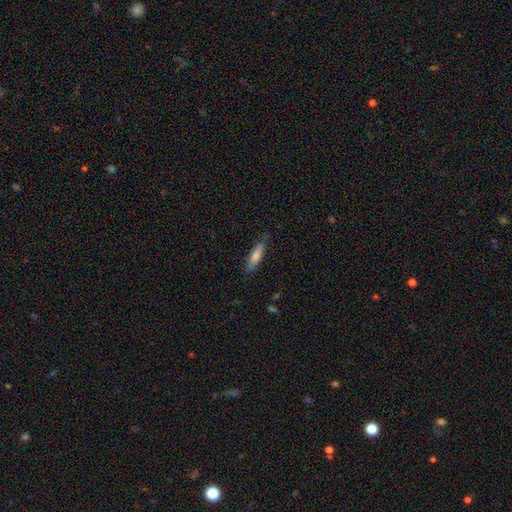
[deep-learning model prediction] Smooth or featured? Predicted: smooth (p=0.64). How rounded? Predicted: cigar-shaped (p=0.81). Merging? Predicted: none (p=0.83).